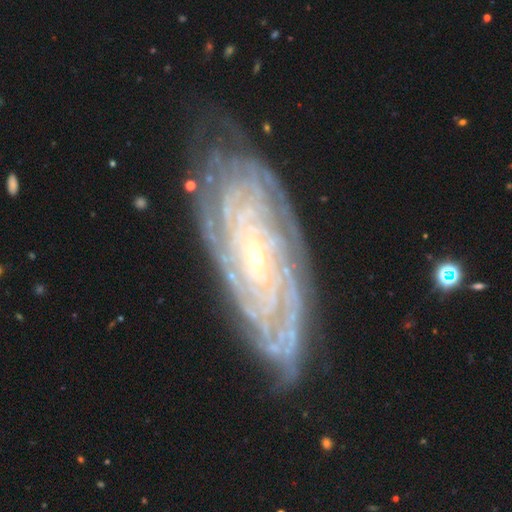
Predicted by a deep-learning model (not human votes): A featured or disk galaxy (89%) with no bar (60%), tight (84%) spiral arms (98%) and a small central bulge (78%).

Vote fractions:
- Smooth or featured? featured or disk: 89% / star or artifact: 6% / smooth: 5%
- Edge-on disk? no: 93% / yes: 7%
- Bar? no: 60% / weak: 26% / strong: 14%
- Spiral arms? yes: 98% / no: 2%
- Spiral winding? tight: 84% / medium: 14% / loose: 2%
- Spiral arm count? can't tell: 28% / 4: 22% / more than 4: 20% / 3: 13% / 2: 11% / 1: 7%
- Bulge size? small: 78% / moderate: 18% / none: 2% / large: 1% / dominant: 1%
- Merging? none: 76% / minor disturbance: 18% / major disturbance: 5% / merger: 2%